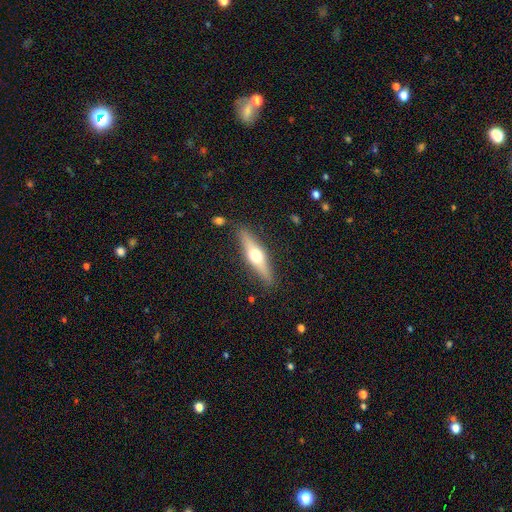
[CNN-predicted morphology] Smooth or featured? Predicted: featured or disk (p=0.58). Edge-on disk? Predicted: yes (p=0.92). Edge-on bulge? Predicted: rounded (p=0.94). Merging? Predicted: none (p=0.86).